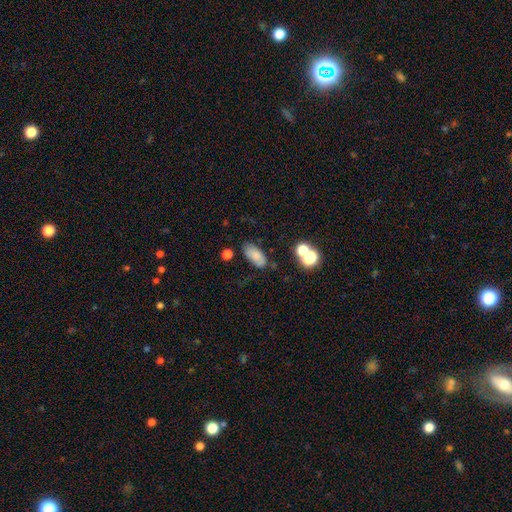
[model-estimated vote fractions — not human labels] Q: Smooth or featured?
A: smooth (79%); runner-up: featured or disk (11%)
Q: How rounded?
A: in between (88%); runner-up: cigar-shaped (8%)
Q: Merging?
A: none (71%); runner-up: minor disturbance (18%)